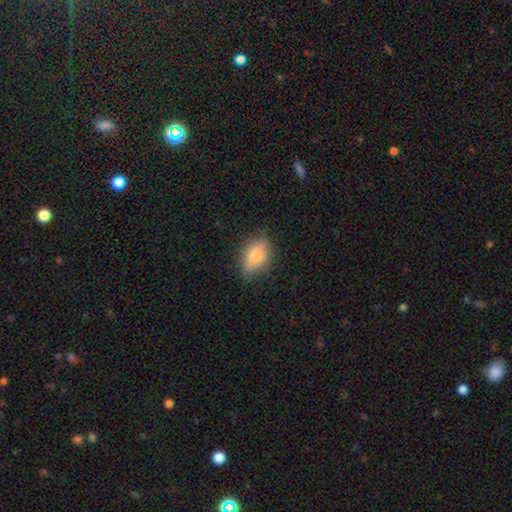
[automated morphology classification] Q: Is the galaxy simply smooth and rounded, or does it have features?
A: smooth — 67%.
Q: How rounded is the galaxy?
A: in between — 78%.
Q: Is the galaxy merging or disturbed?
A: none — 73%.